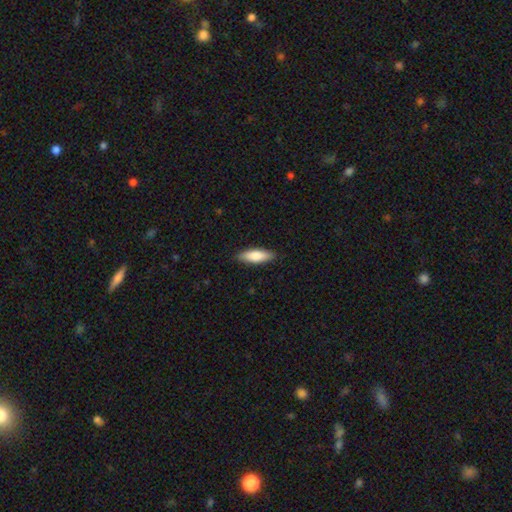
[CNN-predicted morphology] smooth 80%, featured or disk 14%, star or artifact 5%. Down the decision tree: how rounded — in between (54%); merging — none (88%).